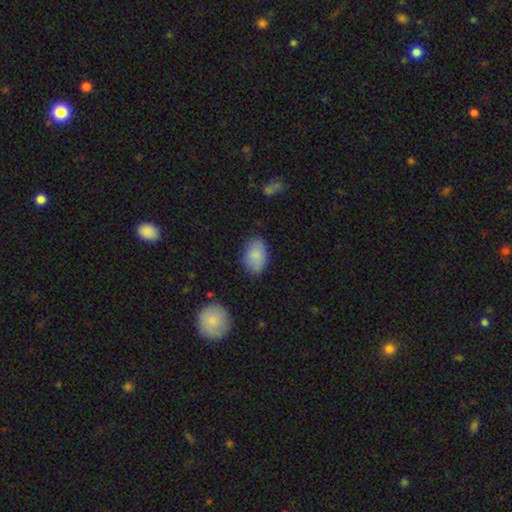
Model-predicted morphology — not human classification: A smooth galaxy with no disk features (85%) that is in between round and cigar-shaped (89%). Merging: none (82%).